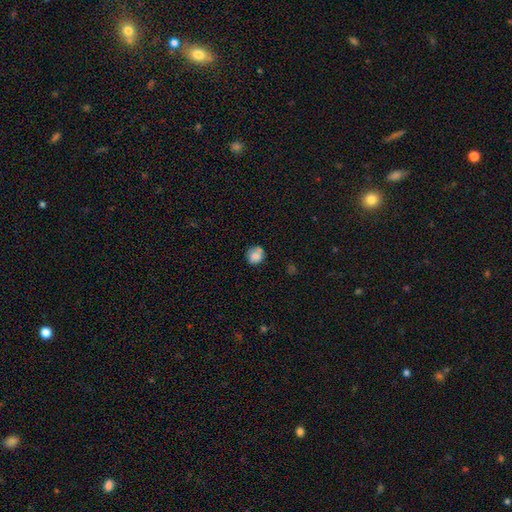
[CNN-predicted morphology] Overall: smooth (76%). How rounded: round (82%). Merging: none (60%).